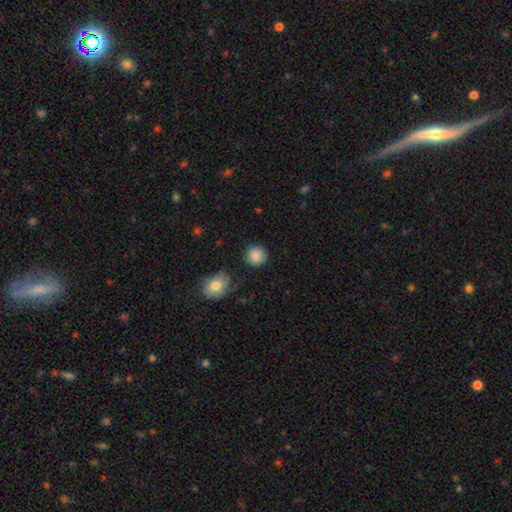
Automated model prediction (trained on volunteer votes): smooth_or_featured: smooth (p=0.87) [alt: star or artifact p=0.07]
how_rounded: round (p=0.88) [alt: in between p=0.11]
merging: none (p=0.82) [alt: minor disturbance p=0.11]